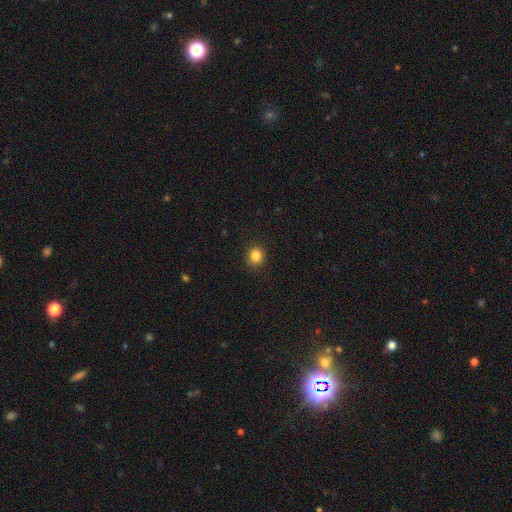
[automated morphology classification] Smooth or featured? smooth (85%)
How rounded? round (84%)
Merging? none (90%)